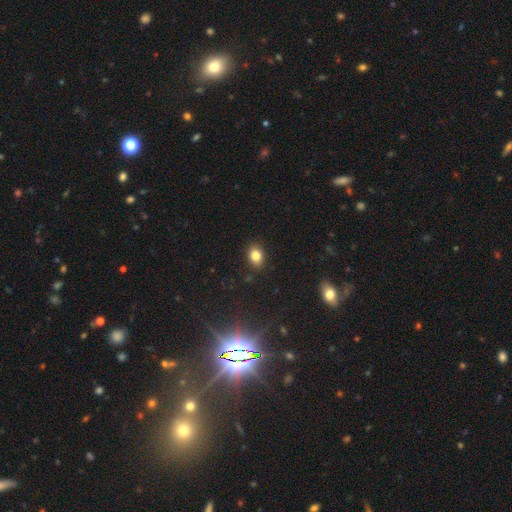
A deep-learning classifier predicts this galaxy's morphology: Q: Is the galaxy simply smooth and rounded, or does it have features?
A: smooth — 82%.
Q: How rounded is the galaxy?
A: in between — 65%.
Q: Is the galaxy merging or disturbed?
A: none — 86%.